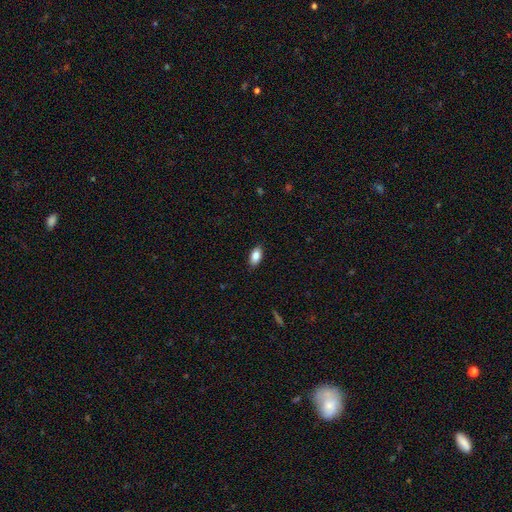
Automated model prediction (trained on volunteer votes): Smooth or featured? smooth (85%)
How rounded? in between (91%)
Merging? none (87%)